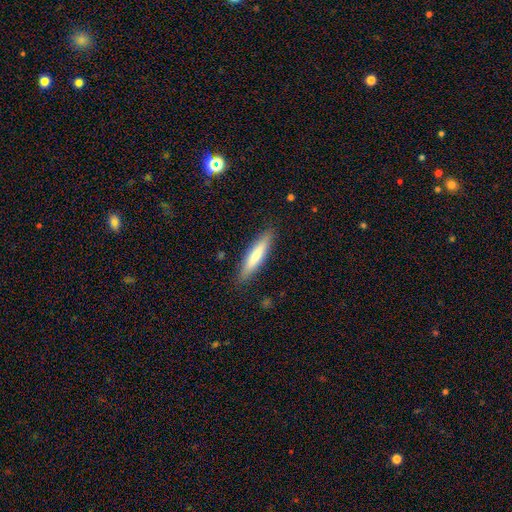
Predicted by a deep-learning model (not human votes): smooth-or-featured: smooth: 70% | featured or disk: 25% | star or artifact: 6%
  how-rounded: cigar-shaped: 85% | in between: 14% | round: 1%
  merging: none: 88% | minor disturbance: 9% | major disturbance: 2% | merger: 1%